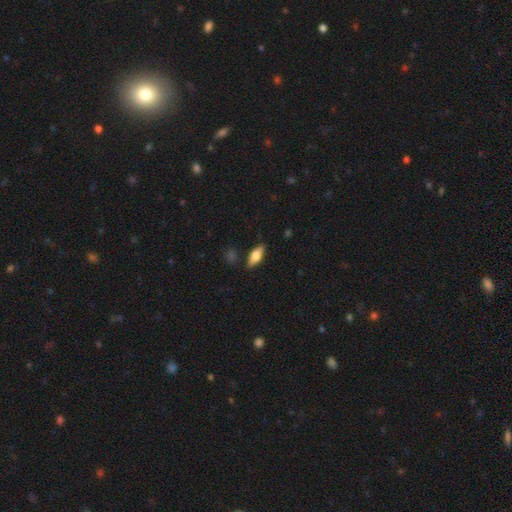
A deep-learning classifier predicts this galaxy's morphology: Smooth or featured: smooth — 65% (featured or disk — 28%)
How rounded: in between — 71% (cigar-shaped — 26%)
Merging: none — 84% (minor disturbance — 12%)